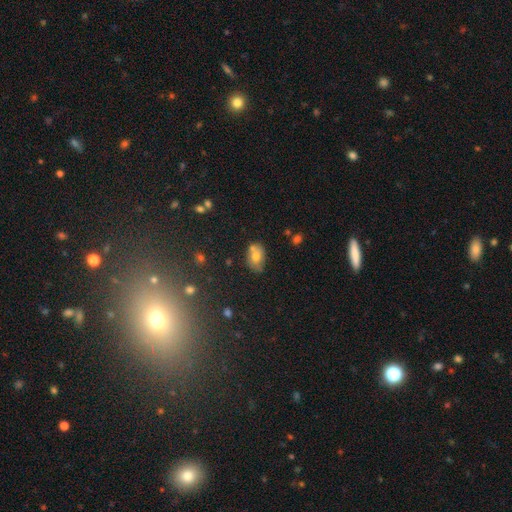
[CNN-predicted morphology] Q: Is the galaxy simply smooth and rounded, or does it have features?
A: smooth — 67%.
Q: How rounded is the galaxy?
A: in between — 77%.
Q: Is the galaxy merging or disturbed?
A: none — 53%.